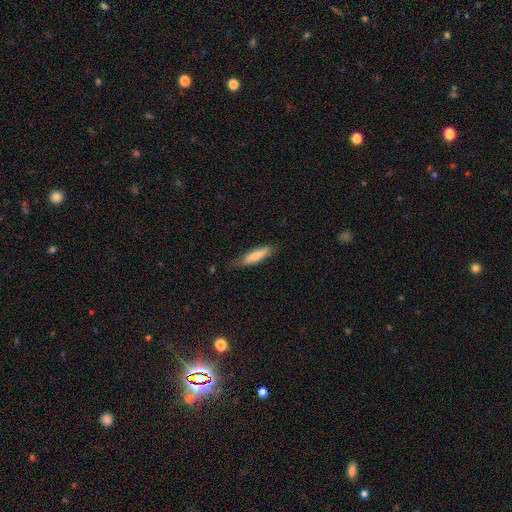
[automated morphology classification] Smooth or featured?
  - smooth: 74% *
  - featured or disk: 21%
  - star or artifact: 6%
How rounded?
  - cigar-shaped: 74% *
  - in between: 25%
  - round: 1%
Merging?
  - none: 74% *
  - minor disturbance: 21%
  - major disturbance: 4%
  - merger: 1%